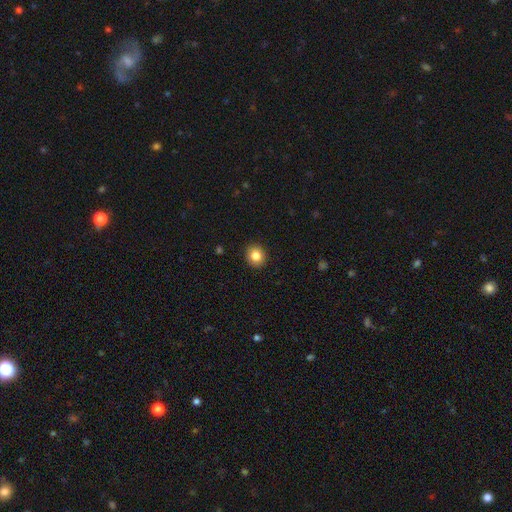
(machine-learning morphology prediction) Q: Smooth or featured?
A: smooth (84%); runner-up: star or artifact (10%)
Q: How rounded?
A: round (82%); runner-up: in between (17%)
Q: Merging?
A: none (91%); runner-up: minor disturbance (6%)